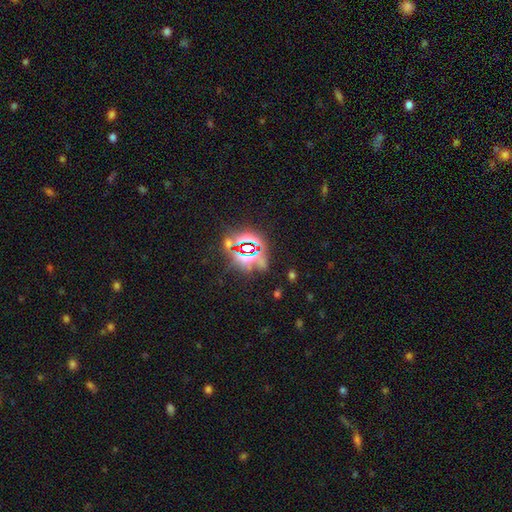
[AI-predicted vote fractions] Overall: star or artifact (78%).